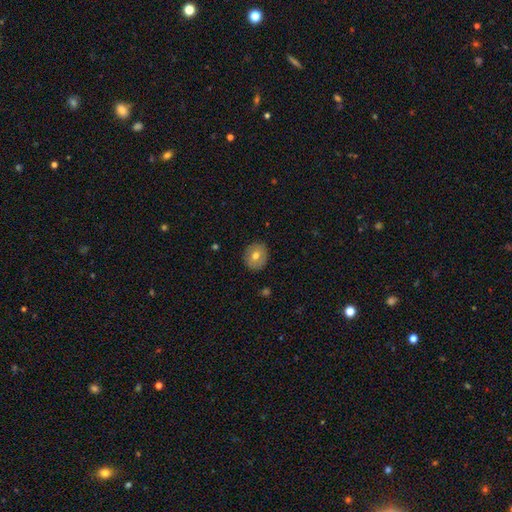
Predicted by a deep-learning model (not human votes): smooth_or_featured: smooth (p=0.65) [alt: featured or disk p=0.27]
how_rounded: round (p=0.81) [alt: in between p=0.18]
merging: none (p=0.88) [alt: minor disturbance p=0.09]